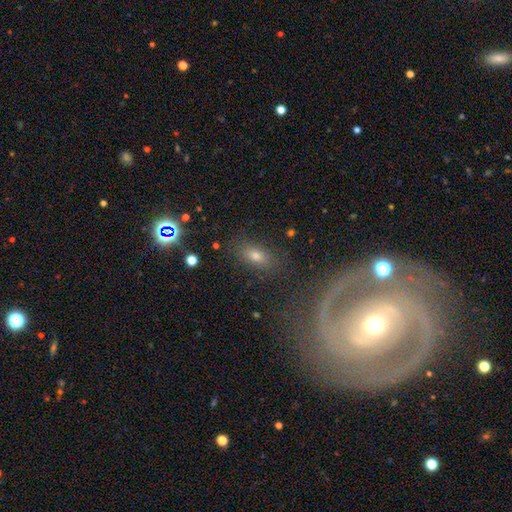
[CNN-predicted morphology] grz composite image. It shows a smooth galaxy with no disk features (63%) that is in between round and cigar-shaped (82%). Merging: none (82%).